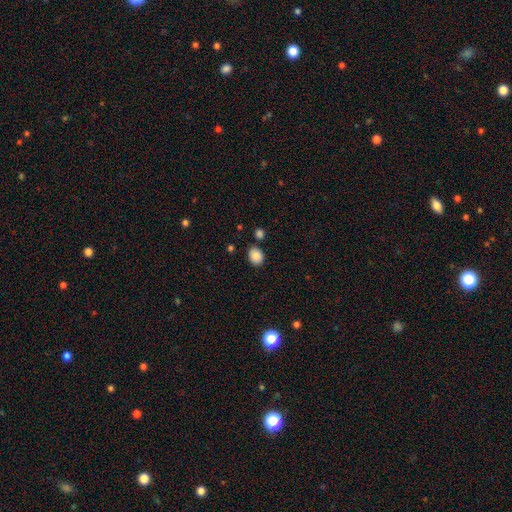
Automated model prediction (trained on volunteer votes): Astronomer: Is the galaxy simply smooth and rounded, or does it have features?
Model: smooth — 85%.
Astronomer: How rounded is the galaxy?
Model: in between — 50% (runner-up: round, 49%).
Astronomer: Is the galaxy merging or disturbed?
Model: none — 82%.